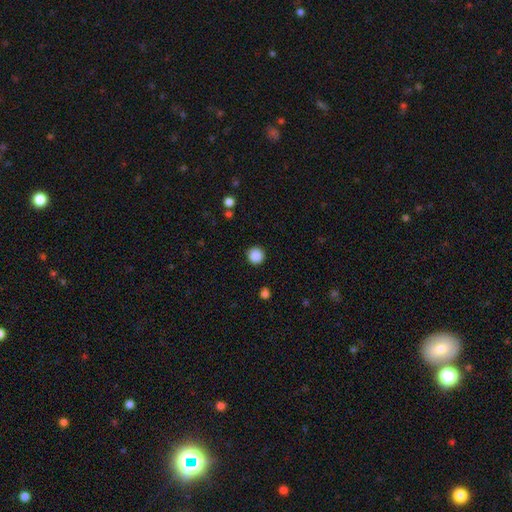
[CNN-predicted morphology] smooth-or-featured: smooth: 88% | star or artifact: 10% | featured or disk: 3%
  how-rounded: round: 95% | in between: 4% | cigar-shaped: 1%
  merging: none: 91% | minor disturbance: 6% | major disturbance: 2% | merger: 1%